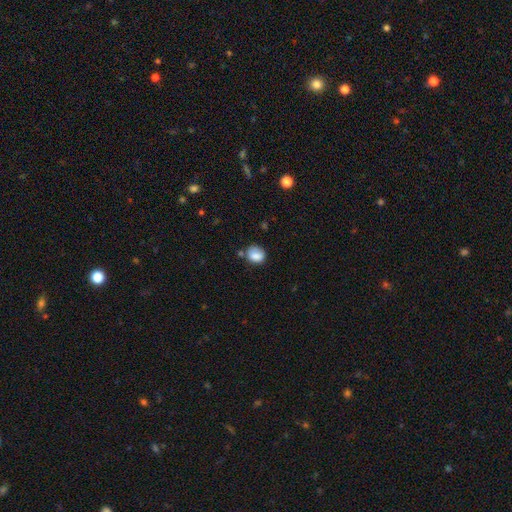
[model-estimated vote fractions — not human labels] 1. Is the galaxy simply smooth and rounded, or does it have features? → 83% smooth, 9% star or artifact, 7% featured or disk.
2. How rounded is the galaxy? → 65% round, 34% in between, 1% cigar-shaped.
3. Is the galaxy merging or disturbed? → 60% none, 24% minor disturbance, 10% merger, 7% major disturbance.